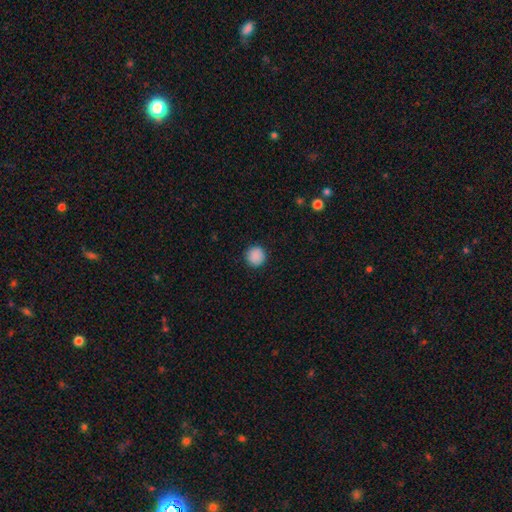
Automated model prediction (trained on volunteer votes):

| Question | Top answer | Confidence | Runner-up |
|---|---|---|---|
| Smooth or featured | smooth | 89% | star or artifact (9%) |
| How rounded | round | 94% | in between (5%) |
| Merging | none | 91% | minor disturbance (6%) |